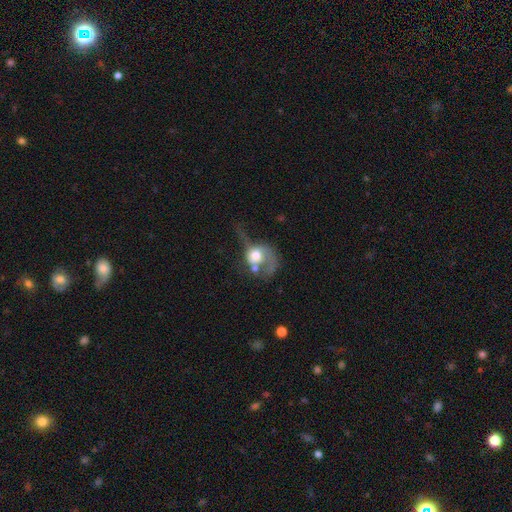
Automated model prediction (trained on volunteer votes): Smooth or featured? Predicted: featured or disk (p=0.47). Merging? Predicted: major disturbance (p=0.51).